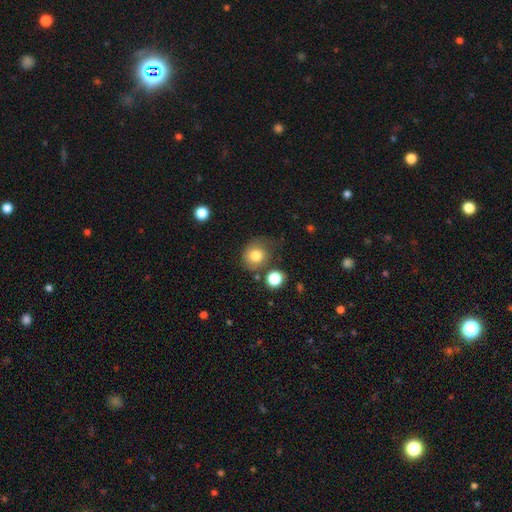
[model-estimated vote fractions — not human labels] Smooth or featured: smooth — 79% (star or artifact — 11%)
How rounded: round — 79% (in between — 20%)
Merging: none — 62% (minor disturbance — 21%)